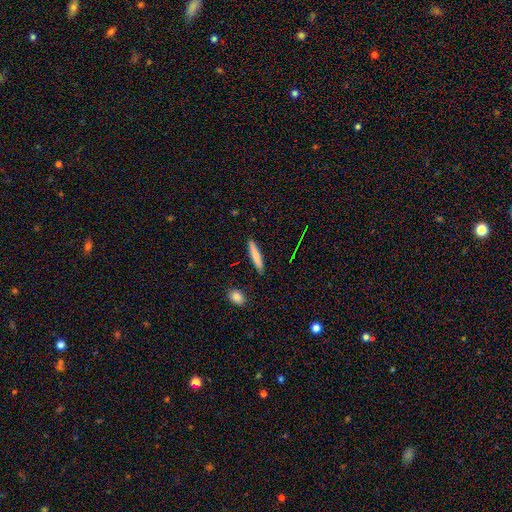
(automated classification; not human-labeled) This appears to be a smooth galaxy with no disk features (78%) that is cigar-shaped (91%). Merging: none (89%).